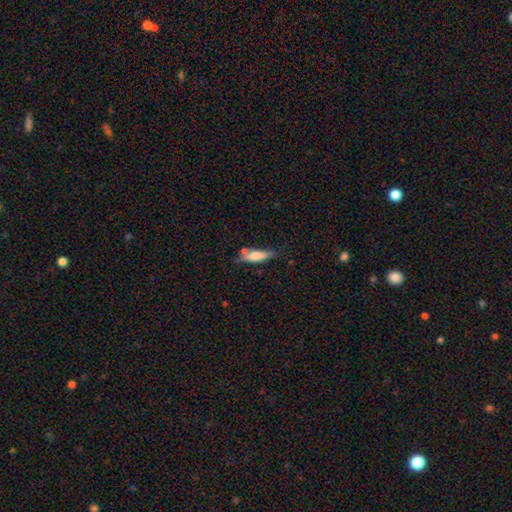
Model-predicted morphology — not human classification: smooth-or-featured: smooth: 70% | featured or disk: 23% | star or artifact: 7%
  how-rounded: cigar-shaped: 64% | in between: 34% | round: 2%
  merging: none: 61% | minor disturbance: 22% | merger: 12% | major disturbance: 6%